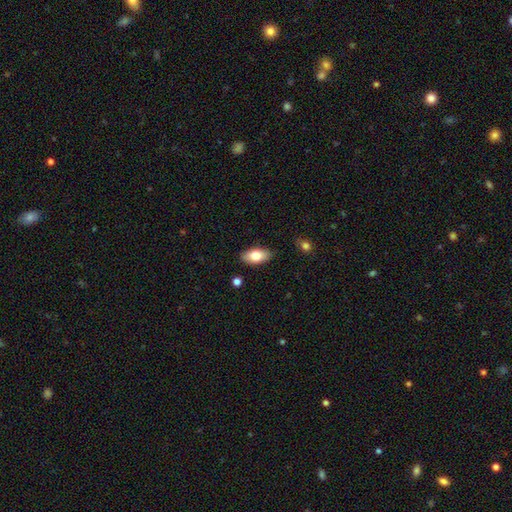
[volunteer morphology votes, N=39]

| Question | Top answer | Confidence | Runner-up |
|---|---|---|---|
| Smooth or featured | smooth | 67% | featured or disk (26%) |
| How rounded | in between | 96% | round (4%) |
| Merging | none | 86% | minor disturbance (14%) |